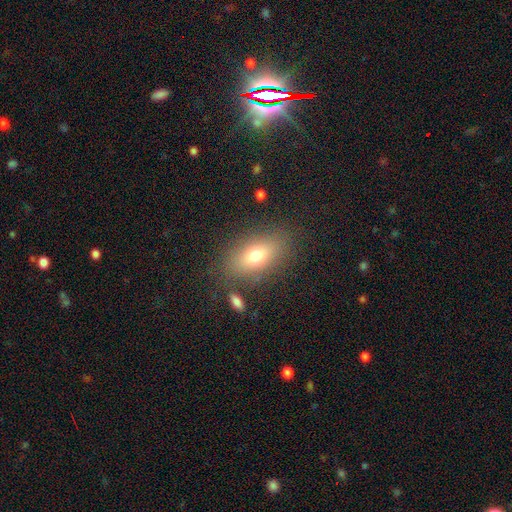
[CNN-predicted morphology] smooth 71%, featured or disk 19%, star or artifact 10%. Down the decision tree: how rounded — in between (83%); merging — none (81%).